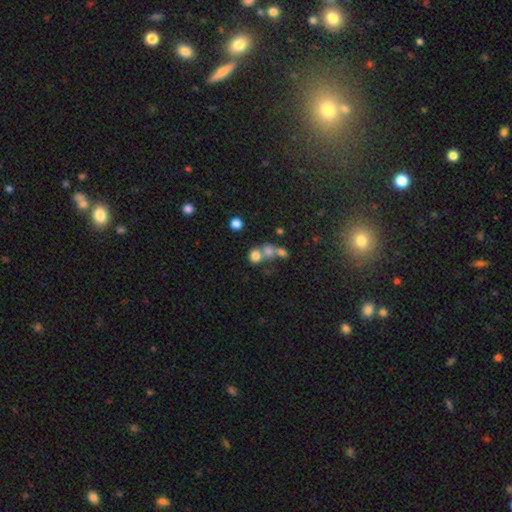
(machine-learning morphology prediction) type=smooth (72%); roundness=round (72%); merging=merger (49%).